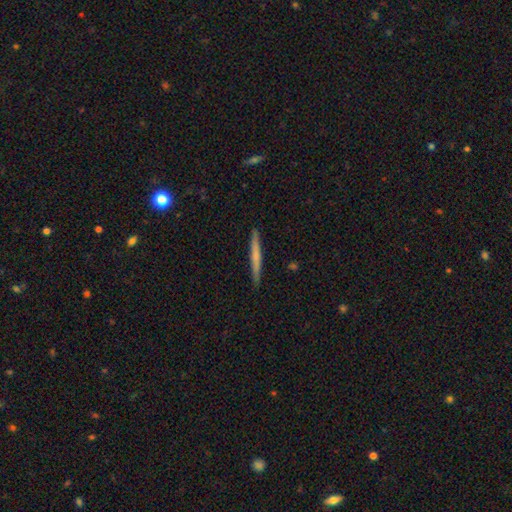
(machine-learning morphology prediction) Overall: smooth (56%; featured or disk 38%). How rounded: cigar-shaped (97%). Merging: none (91%).